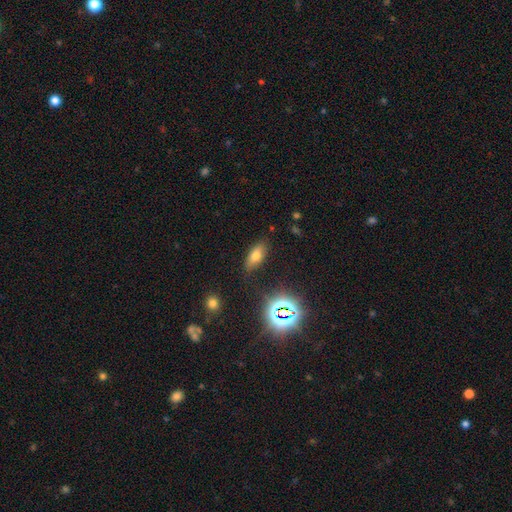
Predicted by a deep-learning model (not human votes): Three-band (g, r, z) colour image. It shows a smooth galaxy with no disk features (68%) that is in between round and cigar-shaped (81%). Merging: none (82%).